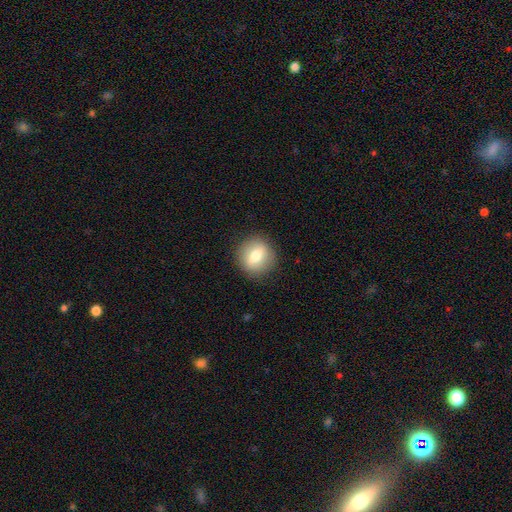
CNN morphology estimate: The model was most divided on "smooth or featured": smooth: 70%, featured or disk: 21%, star or artifact: 9%. More confident: merging — none (89%); how rounded — round (88%).